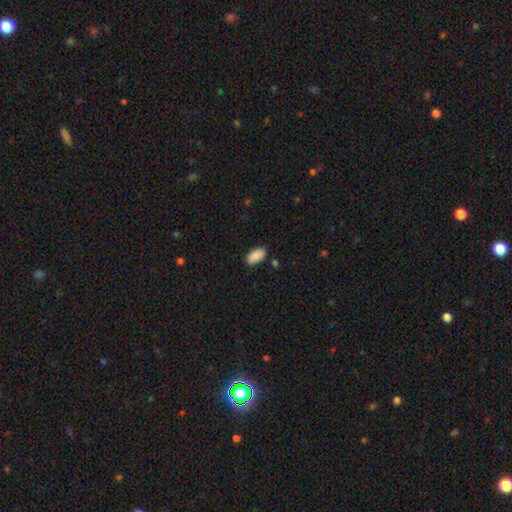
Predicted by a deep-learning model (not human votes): This is clearly a smooth galaxy (89%). How rounded: clearly in between (95%). Merging: clearly none (81%).